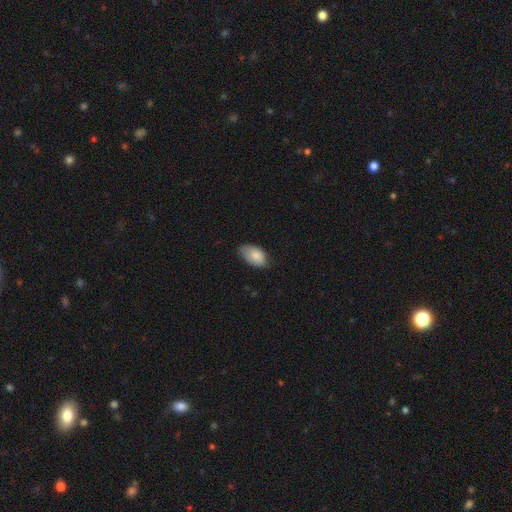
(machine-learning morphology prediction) type=smooth (83%); roundness=in between (93%); merging=none (61%).